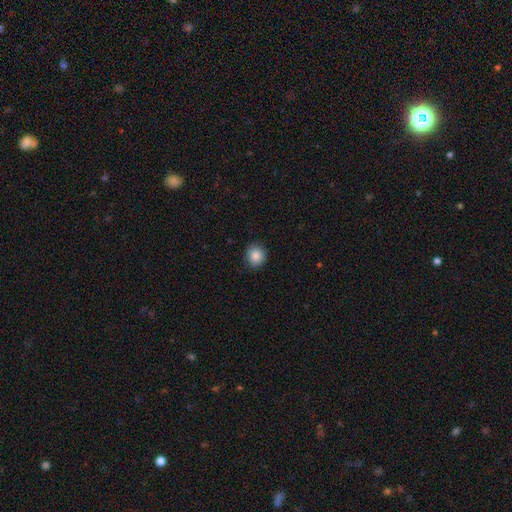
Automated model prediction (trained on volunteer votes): Q: Smooth or featured?
A: smooth (87%); runner-up: star or artifact (9%)
Q: How rounded?
A: round (86%); runner-up: in between (13%)
Q: Merging?
A: none (88%); runner-up: minor disturbance (9%)